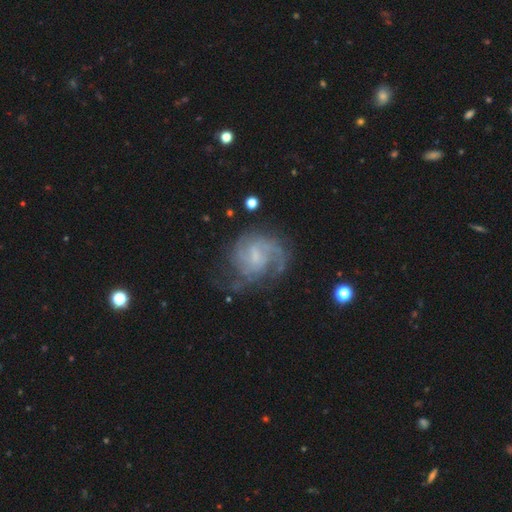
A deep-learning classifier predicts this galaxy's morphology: Smooth or featured: featured or disk — 81% (smooth — 11%)
Edge-on disk: no — 98% (yes — 2%)
Bar: weak — 51% (no — 40%)
Spiral arms: yes — 93% (no — 7%)
Spiral winding: medium — 43% (tight — 41%)
Spiral arm count: can't tell — 31% (2 — 29%)
Bulge size: small — 52% (none — 24%)
Merging: none — 60% (minor disturbance — 20%)